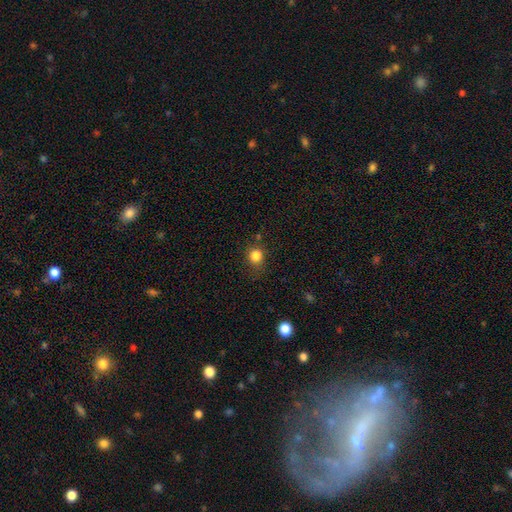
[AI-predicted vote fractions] This is clearly a smooth galaxy (83%). How rounded: likely round (80%). Merging: likely none (74%).